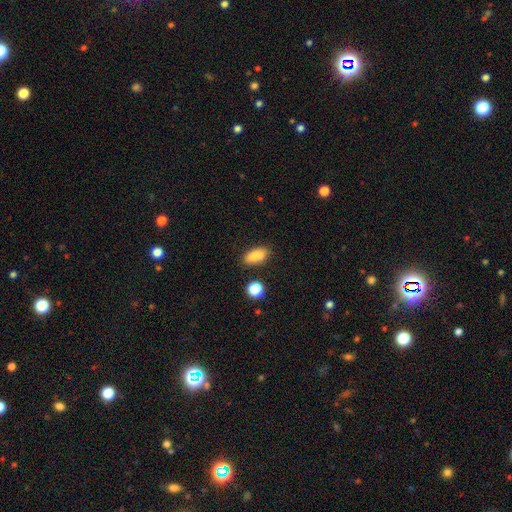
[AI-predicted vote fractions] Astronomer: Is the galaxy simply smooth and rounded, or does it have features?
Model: smooth — 84%.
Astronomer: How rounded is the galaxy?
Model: in between — 84%.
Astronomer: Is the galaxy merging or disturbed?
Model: none — 81%.